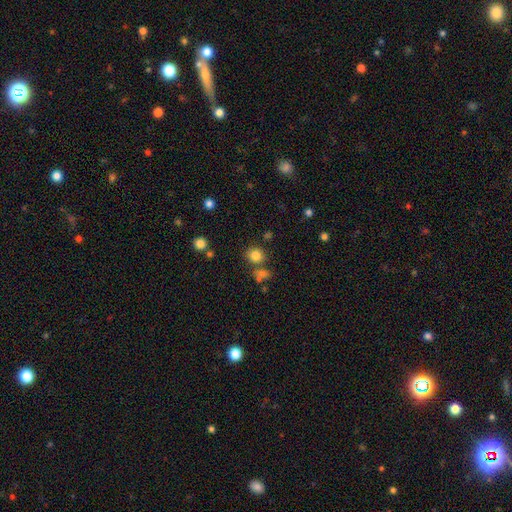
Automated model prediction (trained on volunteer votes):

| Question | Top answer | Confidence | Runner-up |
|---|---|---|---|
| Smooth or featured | smooth | 81% | star or artifact (13%) |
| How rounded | round | 83% | in between (16%) |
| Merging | none | 75% | merger (12%) |